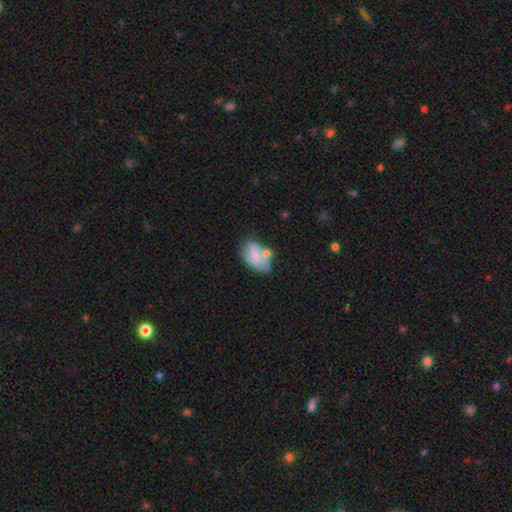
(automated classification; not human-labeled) Smooth or featured: smooth — 58% (featured or disk — 35%)
How rounded: in between — 89% (round — 9%)
Merging: none — 37% (merger — 26%)